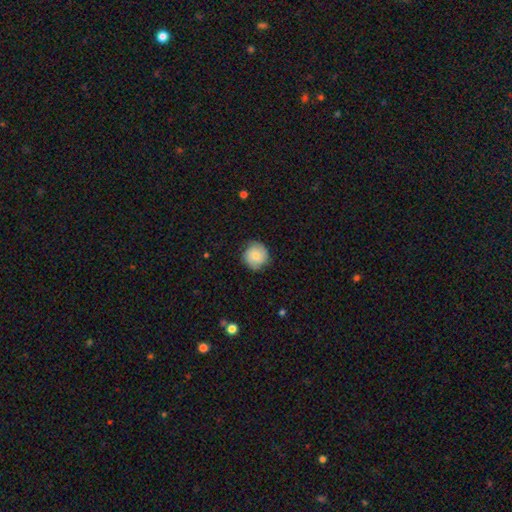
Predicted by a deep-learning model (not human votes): A smooth galaxy with no disk features (58%) that is round (91%).

Vote fractions:
- Smooth or featured? smooth: 58% / featured or disk: 35% / star or artifact: 8%
- How rounded? round: 91% / in between: 8% / cigar-shaped: 1%
- Merging? none: 82% / minor disturbance: 13% / major disturbance: 3% / merger: 1%